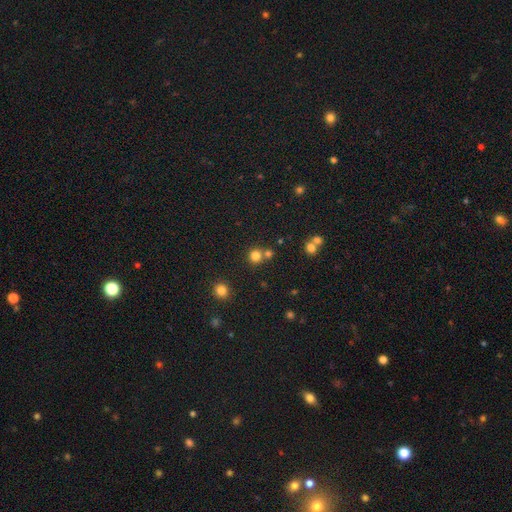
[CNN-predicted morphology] The model was most divided on "merging": none: 68%, merger: 23%, minor disturbance: 6%, major disturbance: 2%. More confident: how rounded — round (92%); smooth or featured — smooth (78%).